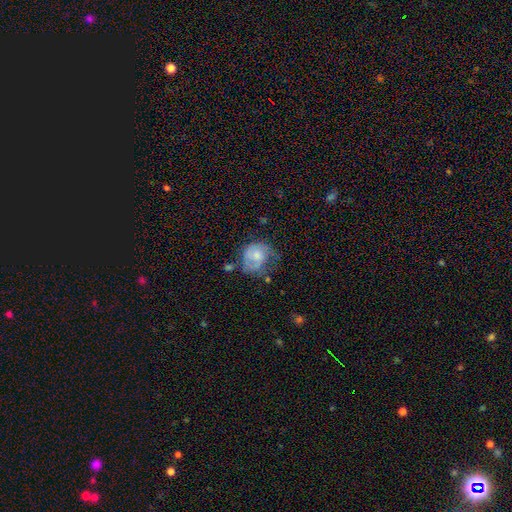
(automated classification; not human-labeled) Smooth or featured?
  - smooth: 47% *
  - featured or disk: 45%
  - star or artifact: 8%
Merging?
  - none: 33% *
  - major disturbance: 31%
  - minor disturbance: 30%
  - merger: 6%